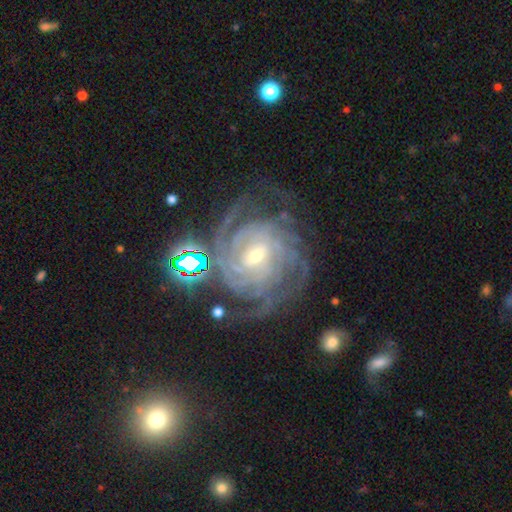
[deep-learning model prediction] smooth_or_featured: featured or disk (p=0.90) [alt: star or artifact p=0.06]
disk_edge_on: no (p=0.97) [alt: yes p=0.03]
bar: weak (p=0.48) [alt: no p=0.29]
has_spiral_arms: yes (p=0.98) [alt: no p=0.02]
spiral_winding: tight (p=0.74) [alt: medium p=0.23]
spiral_arm_count: 4 (p=0.27) [alt: can't tell p=0.21]
bulge_size: small (p=0.61) [alt: moderate p=0.35]
merging: none (p=0.70) [alt: minor disturbance p=0.16]